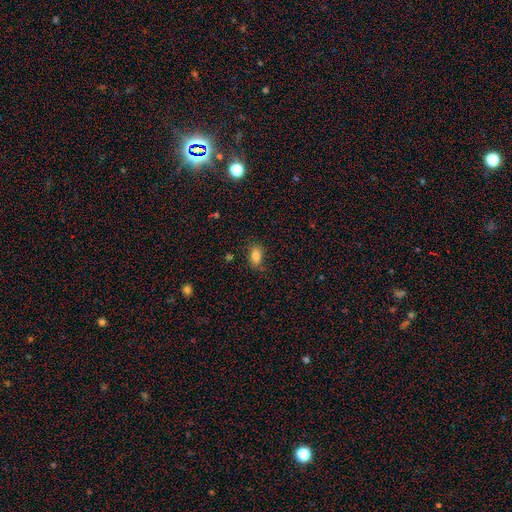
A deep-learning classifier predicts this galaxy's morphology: smooth-or-featured: smooth: 85% | star or artifact: 10% | featured or disk: 5%
  how-rounded: in between: 88% | round: 10% | cigar-shaped: 2%
  merging: none: 75% | minor disturbance: 18% | major disturbance: 5% | merger: 2%